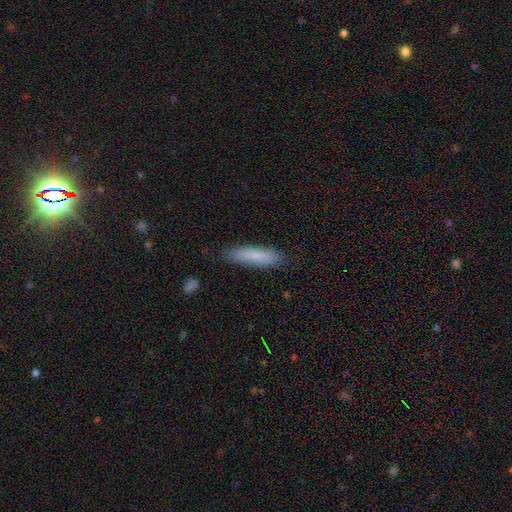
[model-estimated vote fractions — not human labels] This is likely a smooth galaxy (79%). How rounded: likely cigar-shaped (78%). Merging: clearly none (82%).